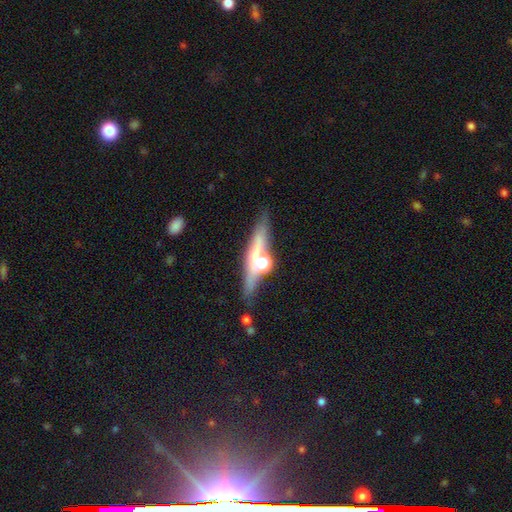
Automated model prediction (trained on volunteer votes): A featured or disk galaxy (74%) viewed edge-on (92%) with a rounded central bulge (90%).

Vote fractions:
- Smooth or featured? featured or disk: 74% / smooth: 16% / star or artifact: 11%
- Edge-on disk? yes: 92% / no: 8%
- Edge-on bulge? rounded: 90% / boxy: 6% / none: 5%
- Merging? none: 68% / minor disturbance: 15% / merger: 10% / major disturbance: 7%